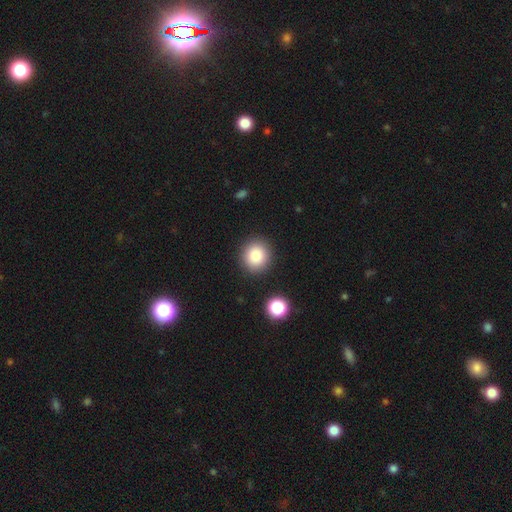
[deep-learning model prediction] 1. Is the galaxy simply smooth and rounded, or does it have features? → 83% smooth, 10% star or artifact, 6% featured or disk.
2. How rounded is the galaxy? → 89% round, 10% in between, 1% cigar-shaped.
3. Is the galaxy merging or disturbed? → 89% none, 7% minor disturbance, 2% merger, 2% major disturbance.